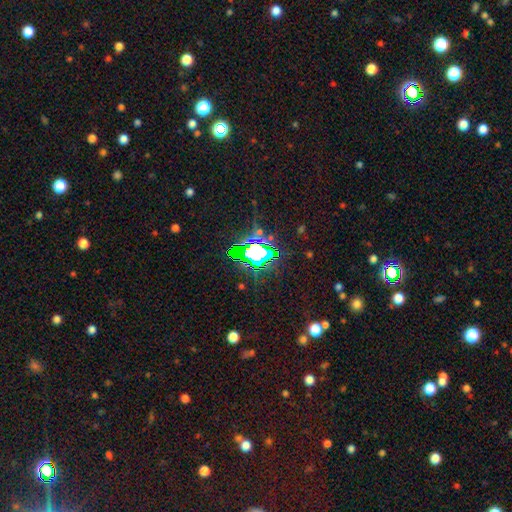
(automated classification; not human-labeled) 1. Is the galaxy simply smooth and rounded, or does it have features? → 67% star or artifact, 19% smooth, 14% featured or disk.